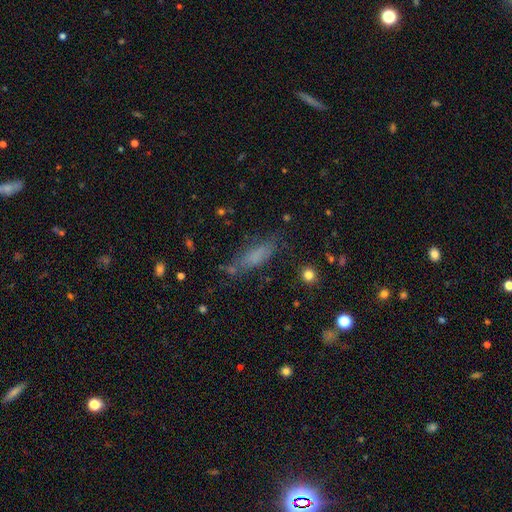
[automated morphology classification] A smooth galaxy with no disk features (67%) that is cigar-shaped (51%).

Vote fractions:
- Smooth or featured? smooth: 67% / featured or disk: 19% / star or artifact: 14%
- How rounded? cigar-shaped: 51% / in between: 46% / round: 3%
- Merging? none: 66% / minor disturbance: 21% / major disturbance: 9% / merger: 4%